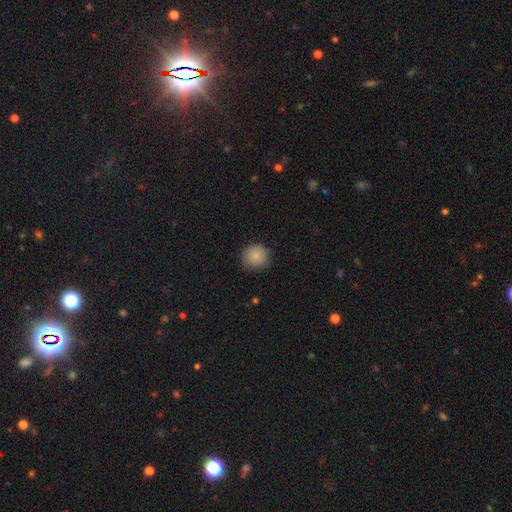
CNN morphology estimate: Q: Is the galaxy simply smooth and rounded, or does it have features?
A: smooth — 86%.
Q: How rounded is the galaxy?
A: round — 92%.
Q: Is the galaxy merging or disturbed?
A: none — 82%.